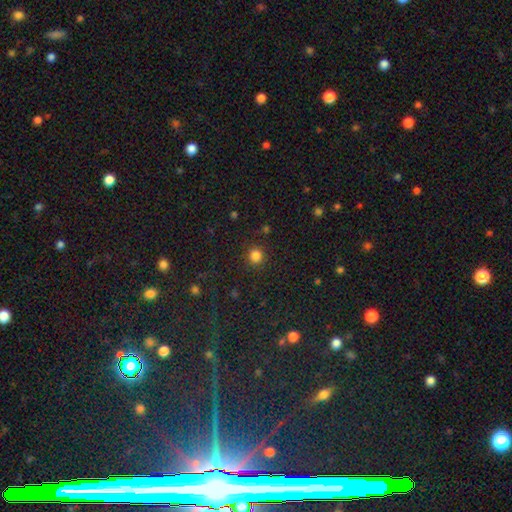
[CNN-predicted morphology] A smooth galaxy with no disk features (83%) that is round (92%). Merging: none (89%).